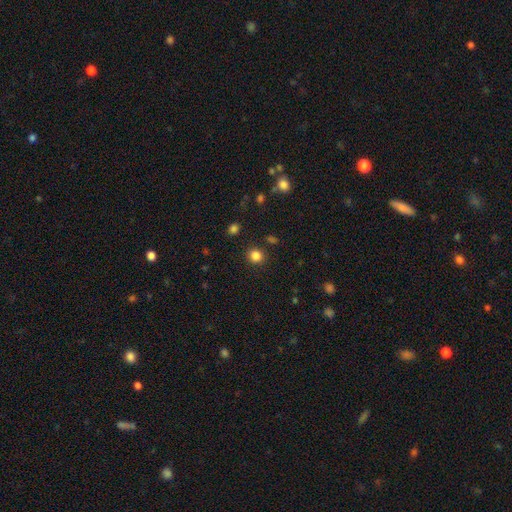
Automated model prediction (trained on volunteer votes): Overall: smooth (83%). How rounded: round (87%). Merging: none (88%).